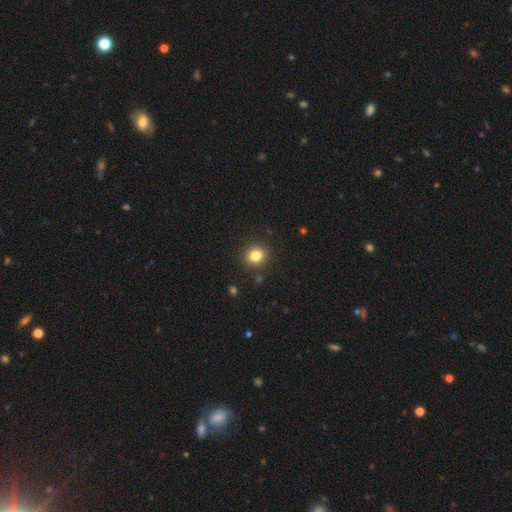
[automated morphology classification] Smooth or featured?
  - smooth: 82% *
  - star or artifact: 12%
  - featured or disk: 6%
How rounded?
  - round: 84% *
  - in between: 15%
  - cigar-shaped: 1%
Merging?
  - none: 90% *
  - minor disturbance: 6%
  - major disturbance: 2%
  - merger: 2%